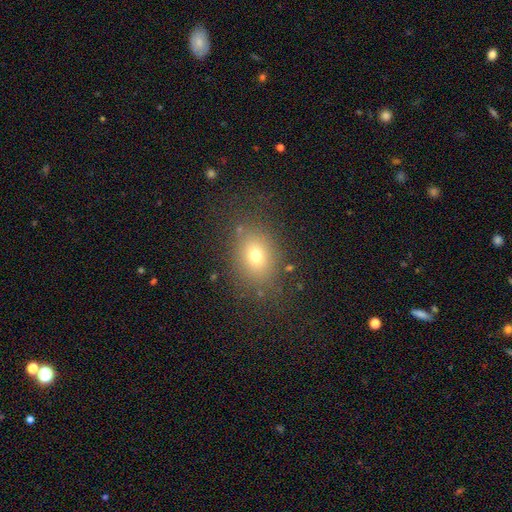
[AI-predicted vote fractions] A smooth galaxy with no disk features (70%) that is in between round and cigar-shaped (62%). Merging: none (79%).